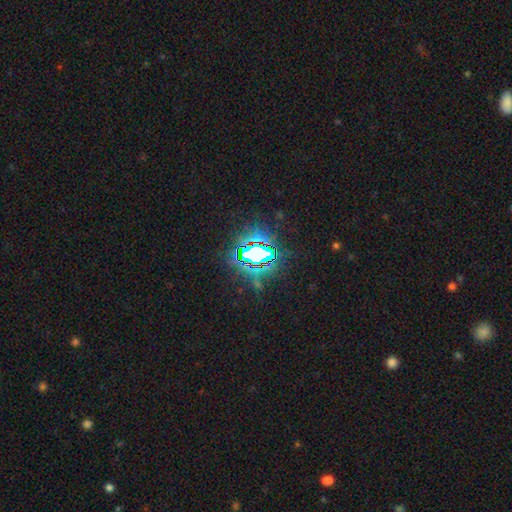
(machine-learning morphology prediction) Smooth or featured? Predicted: star or artifact (p=0.77).